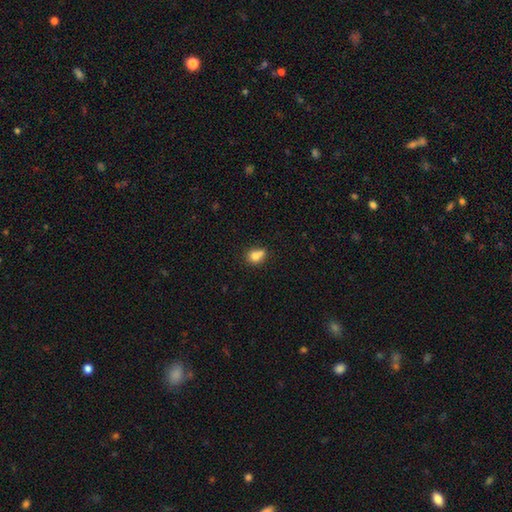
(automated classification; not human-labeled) This appears to be a smooth galaxy with no disk features (76%) that is round (63%). Merging: merger (40%).